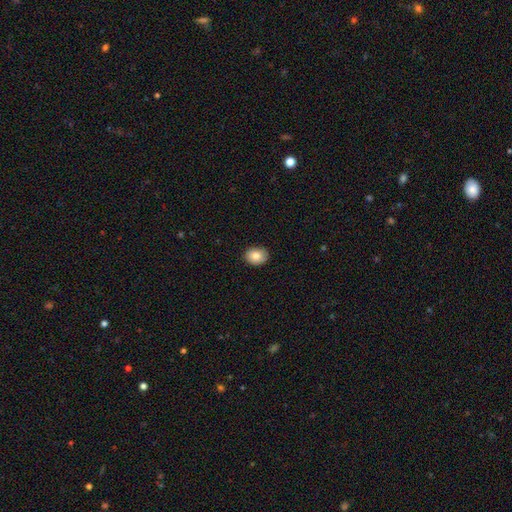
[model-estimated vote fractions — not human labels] Overall: smooth (82%). How rounded: round (53%; in between 46%). Merging: none (89%).